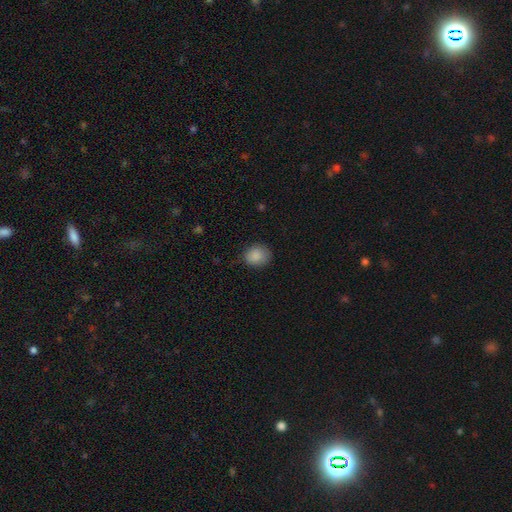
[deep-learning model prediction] A smooth galaxy with no disk features (87%) that is round (67%). Merging: none (78%).